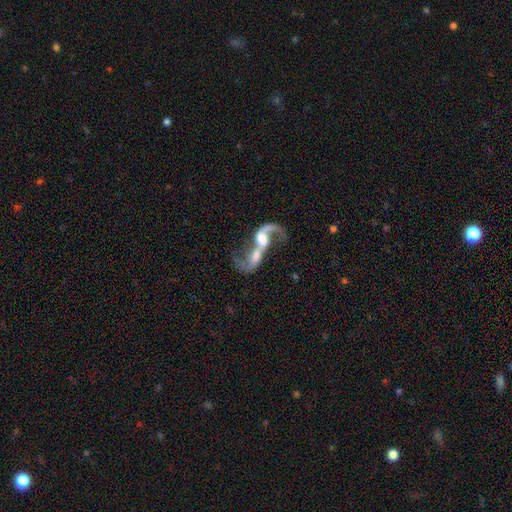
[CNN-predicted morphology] featured or disk 74%, smooth 18%, star or artifact 8%. Down the decision tree: edge-on disk — no (95%); bar — no (48%); spiral arms — yes (80%); spiral arm count — 2 (70%); spiral winding — loose (82%); bulge size — moderate (43%); merging — merger (73%).